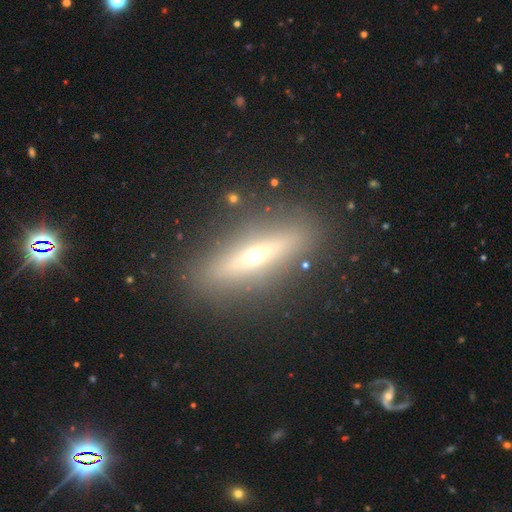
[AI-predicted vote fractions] The model was most divided on "smooth or featured": featured or disk: 64%, smooth: 26%, star or artifact: 10%. More confident: edge-on bulge — rounded (91%); edge-on disk — yes (88%); merging — none (87%).